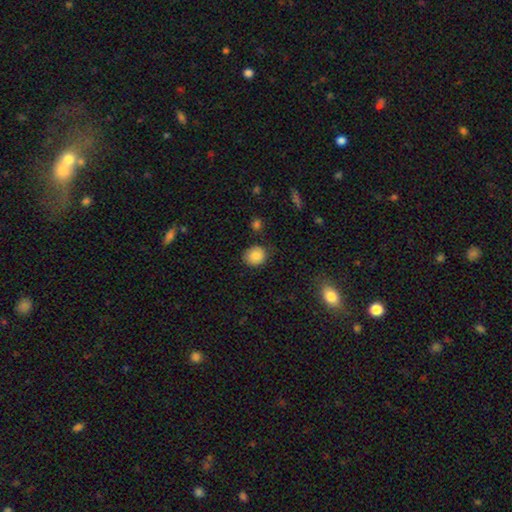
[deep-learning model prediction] Smooth or featured: smooth — 84% (star or artifact — 9%)
How rounded: round — 74% (in between — 25%)
Merging: none — 80% (minor disturbance — 15%)